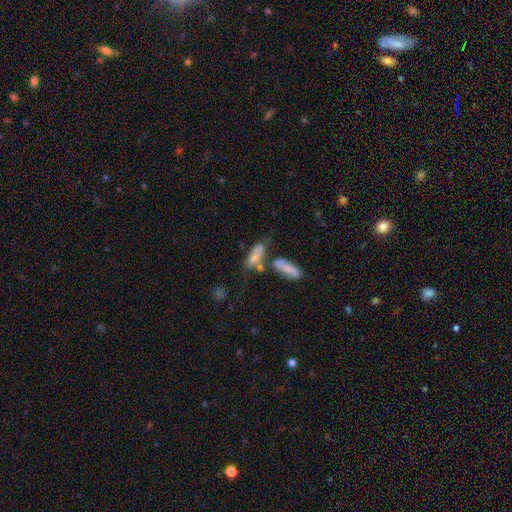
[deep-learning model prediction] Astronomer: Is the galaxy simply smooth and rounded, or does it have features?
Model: smooth — 64%.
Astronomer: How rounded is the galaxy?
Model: in between — 63%.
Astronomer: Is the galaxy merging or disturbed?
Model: merger — 37% (runner-up: none, 33%).